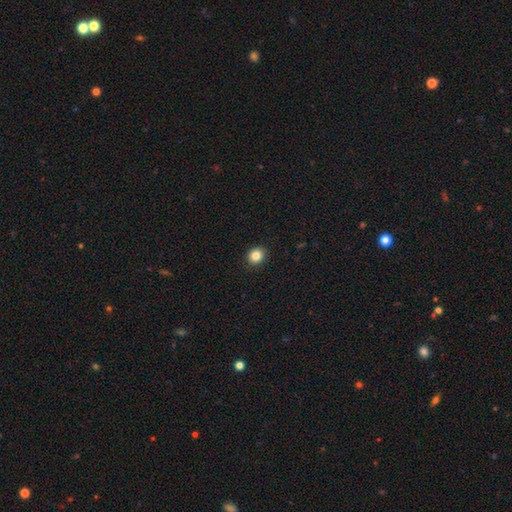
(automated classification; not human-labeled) Q: Smooth or featured?
A: smooth (84%); runner-up: star or artifact (11%)
Q: How rounded?
A: round (82%); runner-up: in between (17%)
Q: Merging?
A: none (92%); runner-up: minor disturbance (6%)